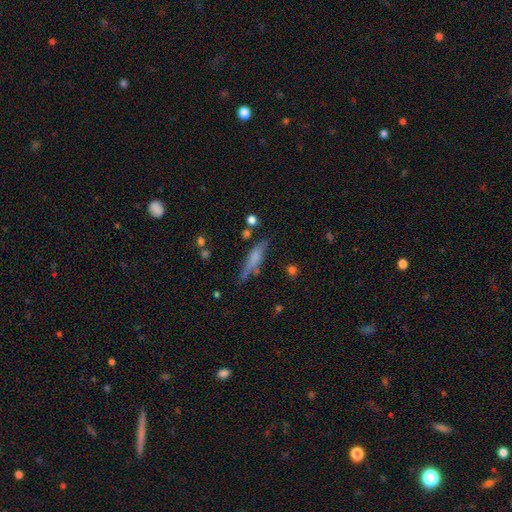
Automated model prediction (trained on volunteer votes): The model was most divided on "smooth or featured": smooth: 47%, featured or disk: 43%, star or artifact: 10%. More confident: merging — none (68%).